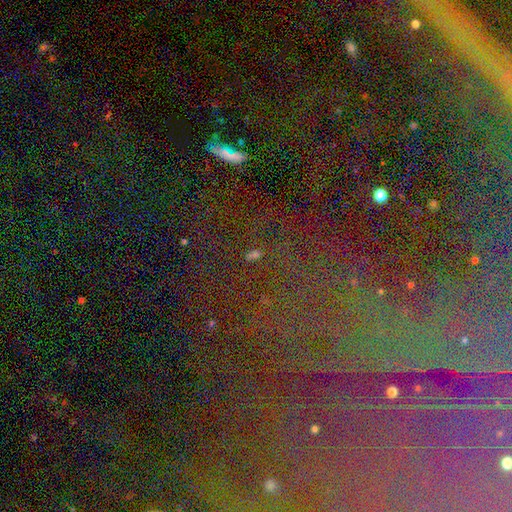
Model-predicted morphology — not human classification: This is likely a star or artifact rather than a galaxy (66%).